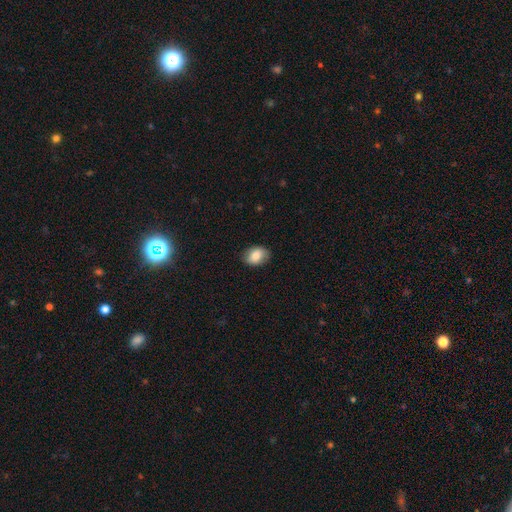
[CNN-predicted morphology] A smooth galaxy with no disk features (80%) that is in between round and cigar-shaped (73%).

Vote fractions:
- Smooth or featured? smooth: 80% / featured or disk: 12% / star or artifact: 7%
- How rounded? in between: 73% / round: 26% / cigar-shaped: 1%
- Merging? none: 84% / minor disturbance: 12% / major disturbance: 3% / merger: 1%